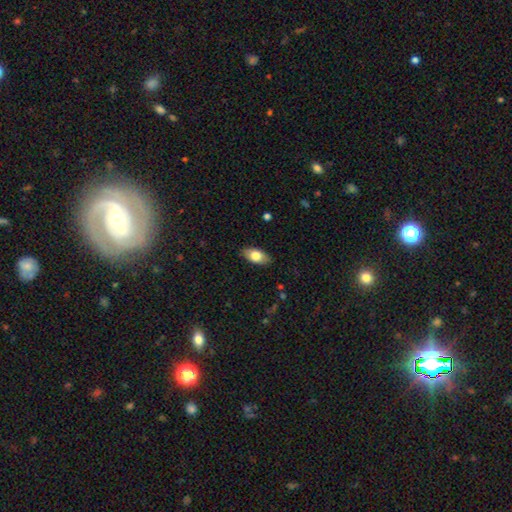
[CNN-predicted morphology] Q: Smooth or featured?
A: smooth (76%); runner-up: featured or disk (18%)
Q: How rounded?
A: in between (90%); runner-up: cigar-shaped (5%)
Q: Merging?
A: none (86%); runner-up: minor disturbance (11%)